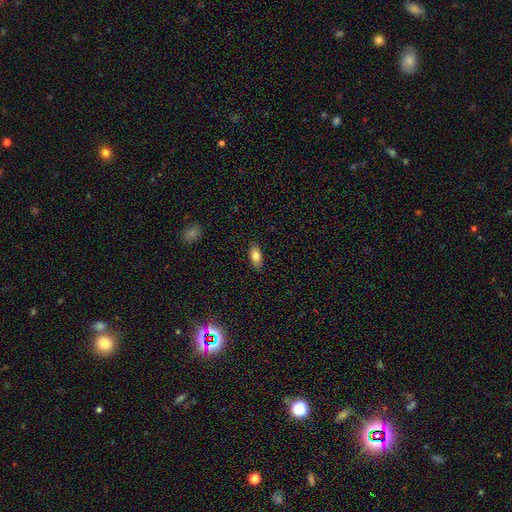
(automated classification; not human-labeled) A smooth galaxy with no disk features (80%) that is in between round and cigar-shaped (87%).

Vote fractions:
- Smooth or featured? smooth: 80% / featured or disk: 13% / star or artifact: 8%
- How rounded? in between: 87% / cigar-shaped: 10% / round: 3%
- Merging? none: 87% / minor disturbance: 10% / major disturbance: 2% / merger: 1%